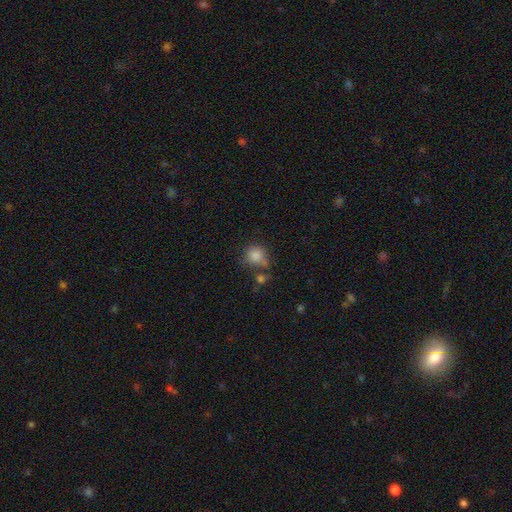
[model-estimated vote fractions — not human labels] Smooth or featured?
  - smooth: 83% *
  - star or artifact: 10%
  - featured or disk: 6%
How rounded?
  - round: 84% *
  - in between: 15%
  - cigar-shaped: 1%
Merging?
  - none: 56% *
  - minor disturbance: 20%
  - merger: 16%
  - major disturbance: 8%